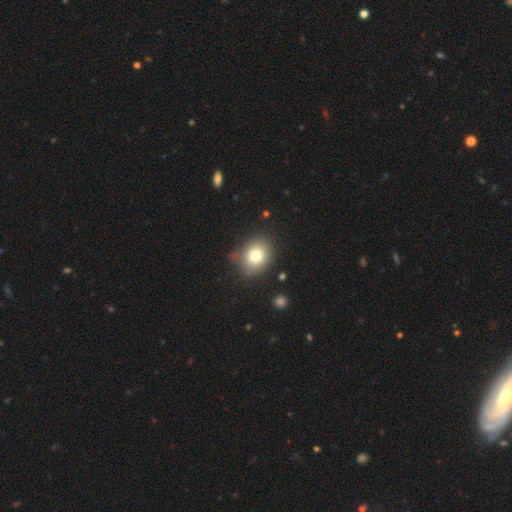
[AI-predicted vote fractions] smooth-or-featured: smooth: 77% | star or artifact: 11% | featured or disk: 11%
  how-rounded: round: 59% | in between: 40% | cigar-shaped: 1%
  merging: none: 76% | minor disturbance: 16% | major disturbance: 5% | merger: 3%